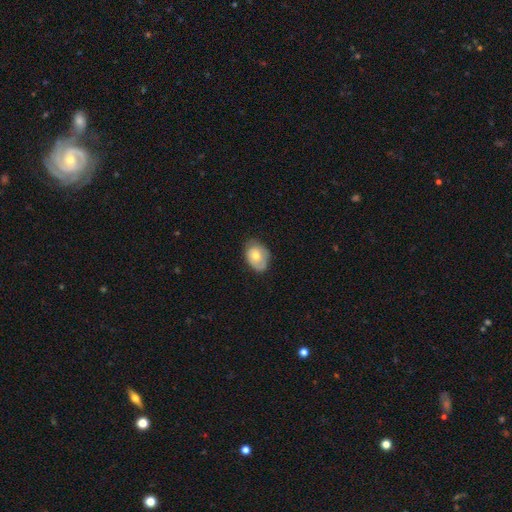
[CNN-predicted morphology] The model was most divided on "merging": none: 63%, minor disturbance: 29%, major disturbance: 7%, merger: 1%. More confident: how rounded — in between (74%); smooth or featured — smooth (65%).